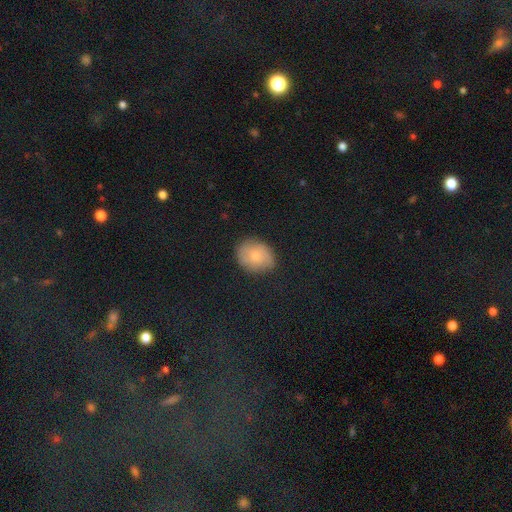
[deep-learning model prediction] Morphology: type=smooth (71%); roundness=round (51%); merging=none (79%).